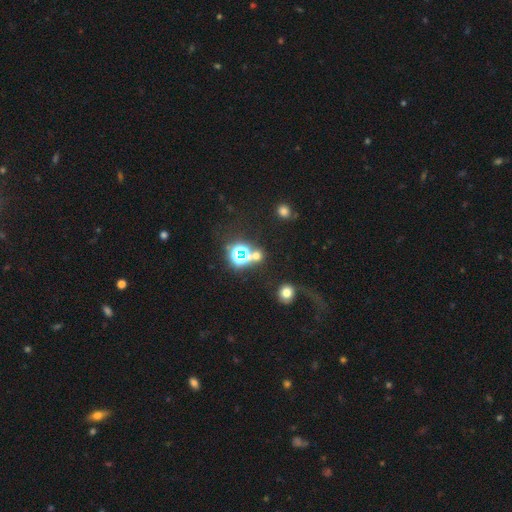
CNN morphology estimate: Smooth or featured?
  - star or artifact: 58% *
  - smooth: 33%
  - featured or disk: 9%